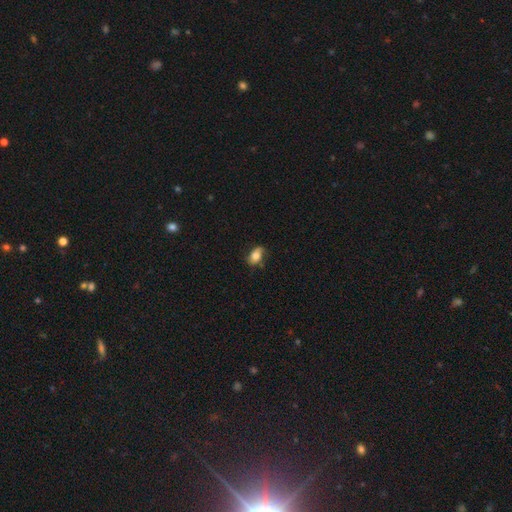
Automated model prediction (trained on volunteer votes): This appears to be a smooth galaxy with no disk features (68%) that is in between round and cigar-shaped (87%). Merging: none (63%).